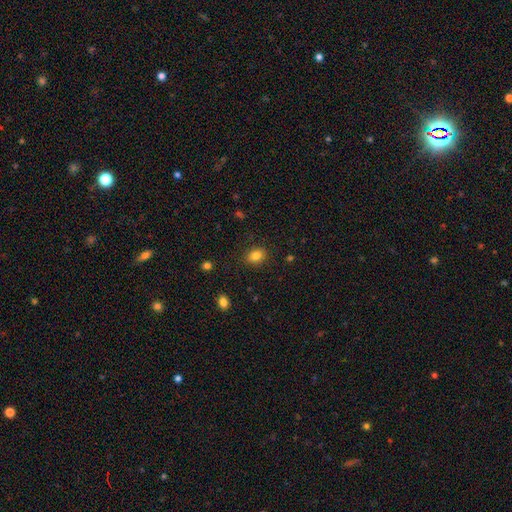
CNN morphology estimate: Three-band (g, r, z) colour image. It shows a smooth galaxy with no disk features (84%) that is in between round and cigar-shaped (56%). Merging: none (87%).